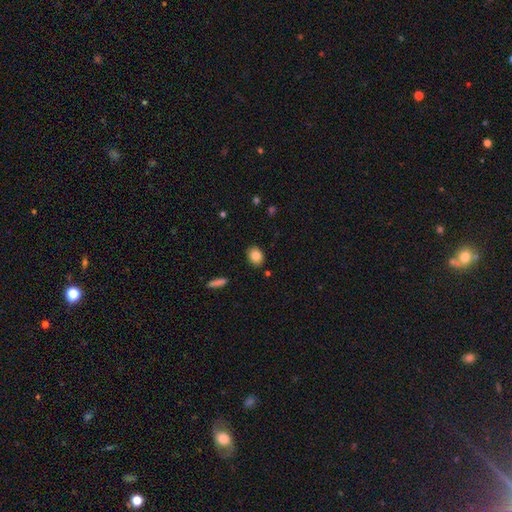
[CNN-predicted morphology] A smooth galaxy with no disk features (84%) that is in between round and cigar-shaped (61%). Merging: none (88%).